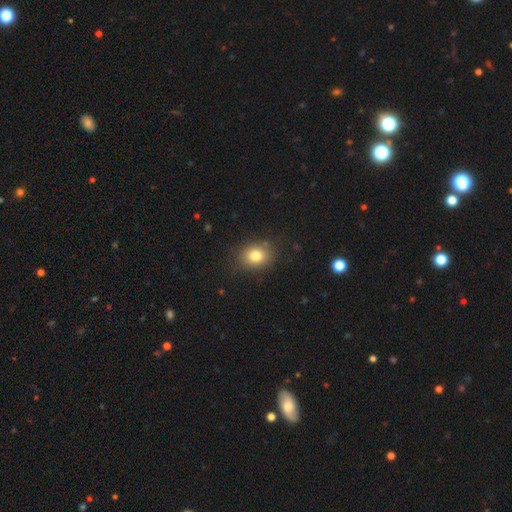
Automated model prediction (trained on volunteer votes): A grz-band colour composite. It shows a smooth galaxy with no disk features (80%) that is in between round and cigar-shaped (51%). Merging: none (84%).